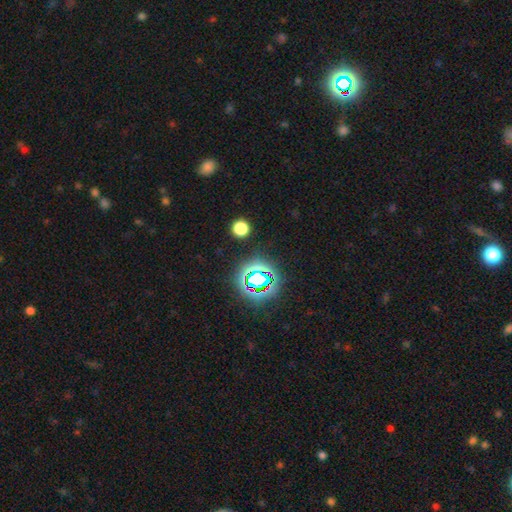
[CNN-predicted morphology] Smooth or featured? star or artifact (79%)